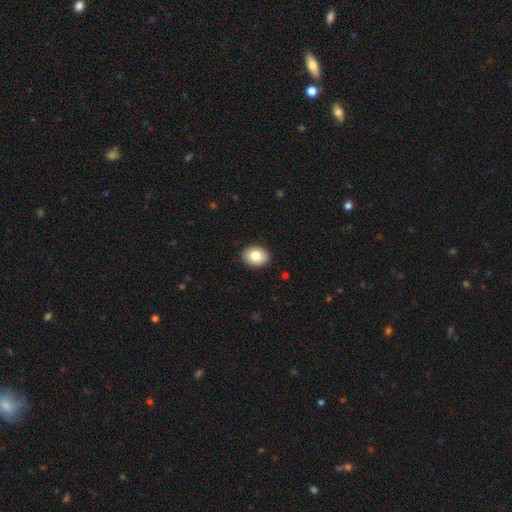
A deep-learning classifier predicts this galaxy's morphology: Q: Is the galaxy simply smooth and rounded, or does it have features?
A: smooth — 82%.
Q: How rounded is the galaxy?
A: in between — 65%.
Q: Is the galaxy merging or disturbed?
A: none — 91%.